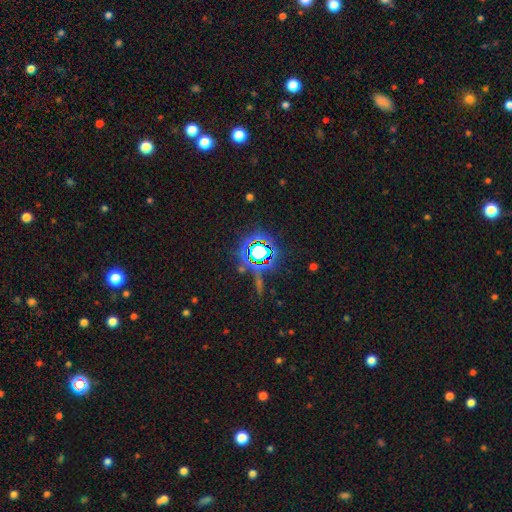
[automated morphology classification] star or artifact 69%, smooth 18%, featured or disk 13%.